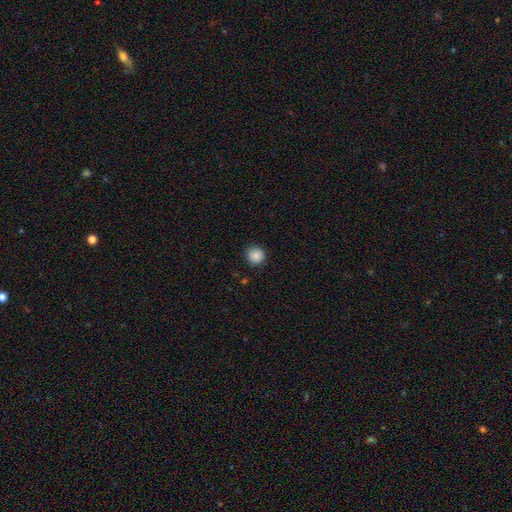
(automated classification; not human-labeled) A smooth galaxy with no disk features (87%) that is round (93%). Merging: none (90%).